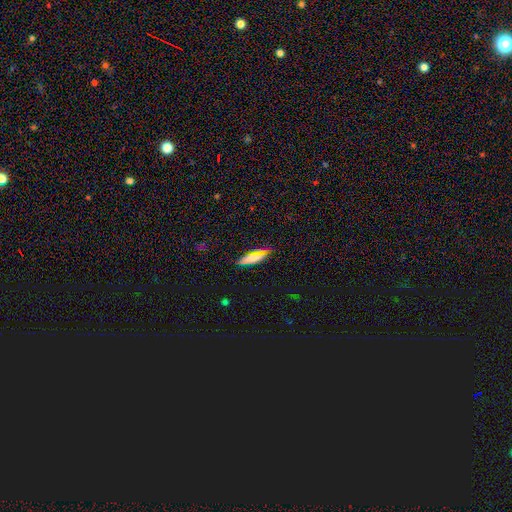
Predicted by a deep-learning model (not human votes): Smooth or featured? smooth (67%)
How rounded? cigar-shaped (50%)
Merging? none (83%)